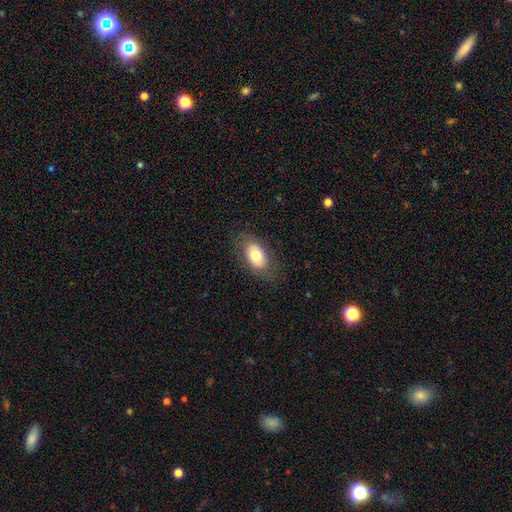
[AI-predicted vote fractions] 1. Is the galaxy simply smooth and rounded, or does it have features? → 72% smooth, 21% featured or disk, 7% star or artifact.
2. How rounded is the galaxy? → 91% in between, 7% round, 2% cigar-shaped.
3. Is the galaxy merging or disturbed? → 79% none, 15% minor disturbance, 6% major disturbance, 1% merger.